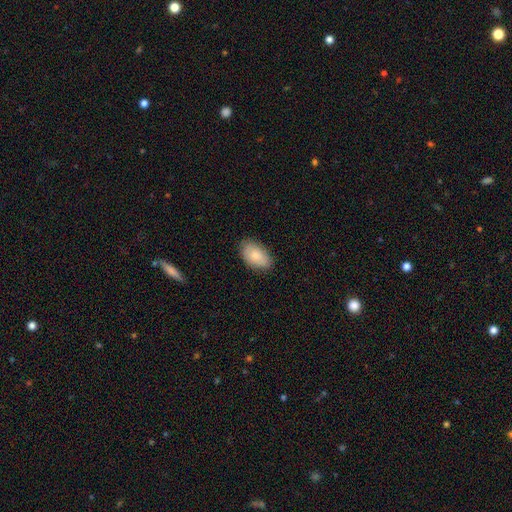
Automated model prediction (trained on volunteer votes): Smooth or featured? smooth (80%)
How rounded? in between (93%)
Merging? none (81%)